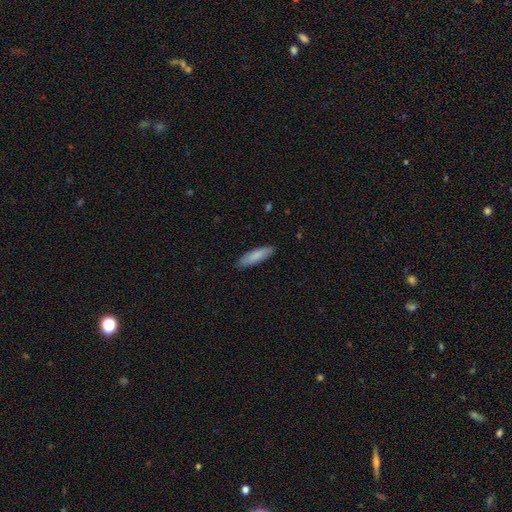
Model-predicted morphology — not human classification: smooth 85%, featured or disk 10%, star or artifact 6%. Down the decision tree: how rounded — cigar-shaped (63%); merging — none (86%).